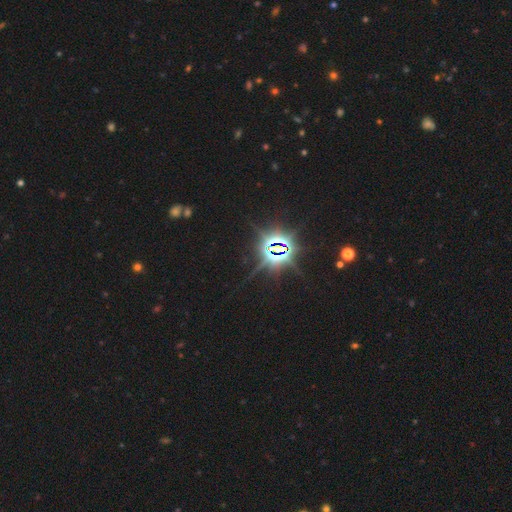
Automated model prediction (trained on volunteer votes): A star or artifact, not a galaxy (82%).

Vote fractions:
- Smooth or featured? star or artifact: 82% / smooth: 12% / featured or disk: 6%